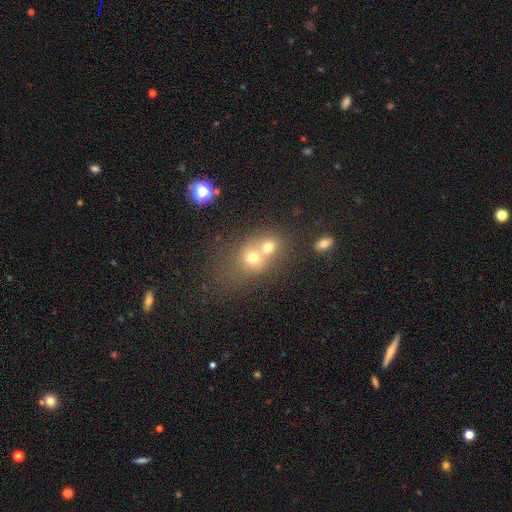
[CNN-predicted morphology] smooth 60%, featured or disk 21%, star or artifact 18%. Down the decision tree: how rounded — round (67%); merging — merger (64%).